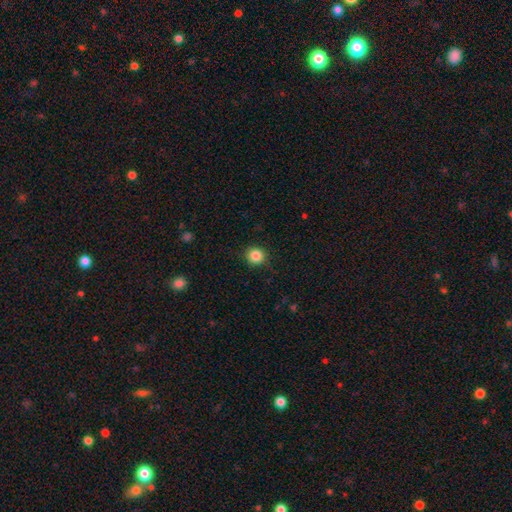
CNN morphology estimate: smooth_or_featured: smooth (p=0.85) [alt: star or artifact p=0.10]
how_rounded: round (p=0.92) [alt: in between p=0.07]
merging: none (p=0.89) [alt: minor disturbance p=0.08]